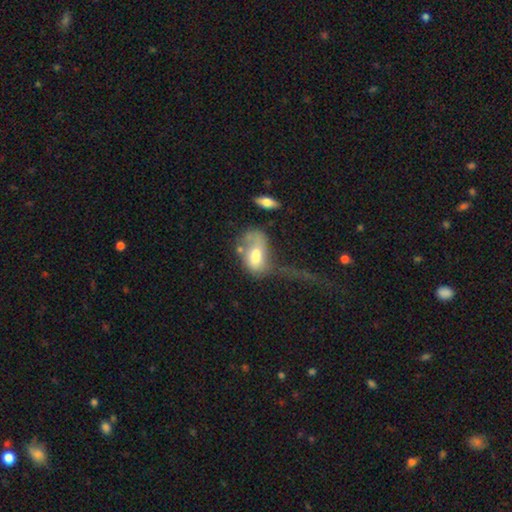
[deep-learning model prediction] A smooth galaxy with no disk features (56%) that is in between round and cigar-shaped (85%). Merging: major disturbance (51%).